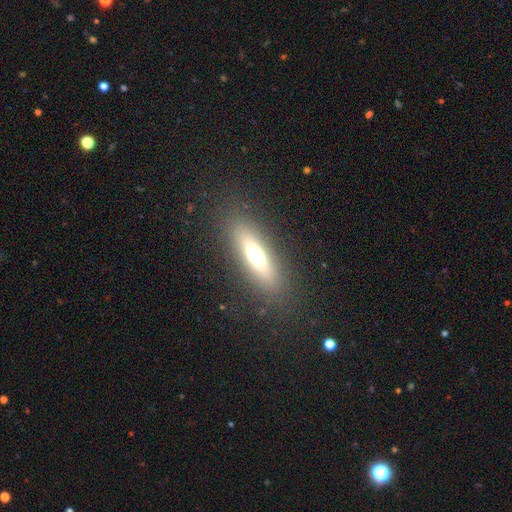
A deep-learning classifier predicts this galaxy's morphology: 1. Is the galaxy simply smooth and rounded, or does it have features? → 50% smooth, 36% featured or disk, 14% star or artifact.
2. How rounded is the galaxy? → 53% in between, 42% cigar-shaped, 5% round.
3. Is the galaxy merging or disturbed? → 85% none, 9% minor disturbance, 5% major disturbance, 1% merger.